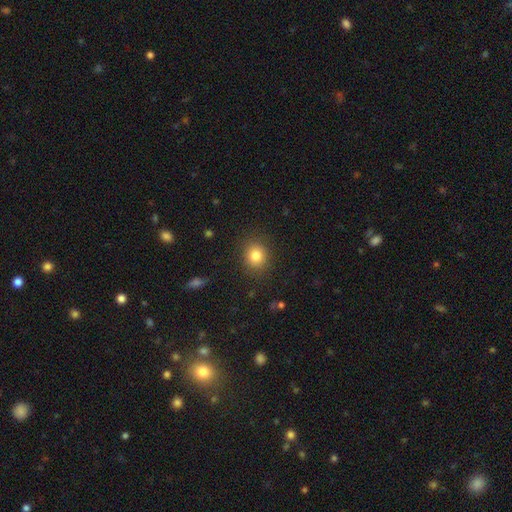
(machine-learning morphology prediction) This appears to be a smooth galaxy with no disk features (82%) that is round (81%). Merging: none (87%).